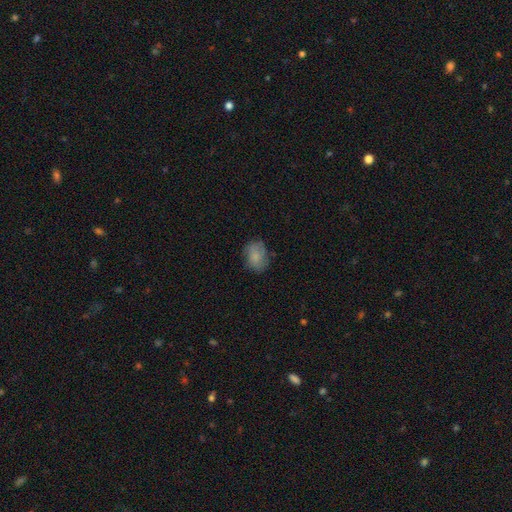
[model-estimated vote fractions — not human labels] Morphology: type=smooth (73%); roundness=in between (62%); merging=none (68%).